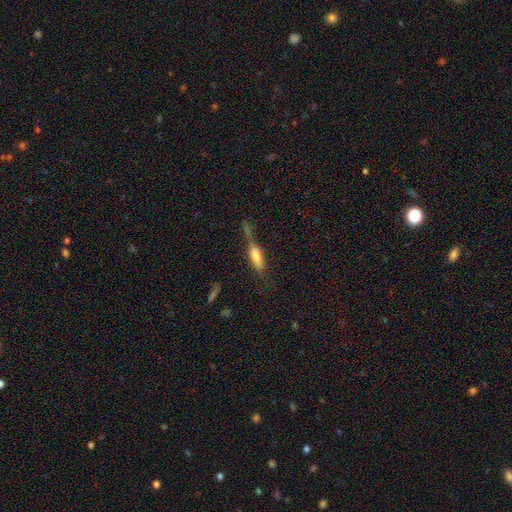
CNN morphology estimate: smooth-or-featured: smooth: 64% | featured or disk: 27% | star or artifact: 9%
  how-rounded: cigar-shaped: 54% | in between: 44% | round: 3%
  merging: none: 41% | minor disturbance: 25% | major disturbance: 20% | merger: 14%